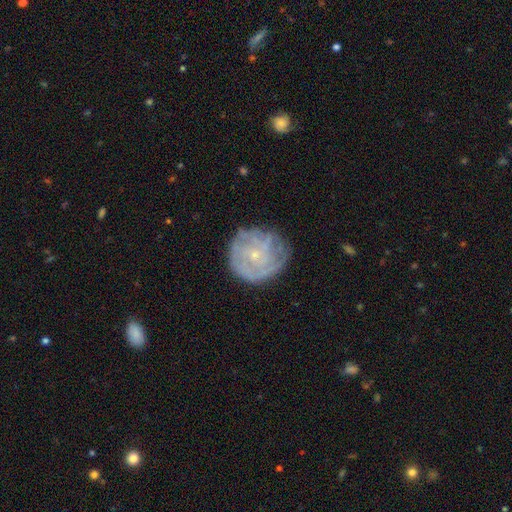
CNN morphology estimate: Smooth or featured: featured or disk — 69% (smooth — 23%)
Edge-on disk: no — 97% (yes — 3%)
Bar: no — 82% (weak — 15%)
Spiral arms: yes — 80% (no — 20%)
Spiral winding: tight — 70% (medium — 22%)
Spiral arm count: can't tell — 52% (3 — 13%)
Bulge size: small — 84% (moderate — 11%)
Merging: none — 71% (minor disturbance — 20%)